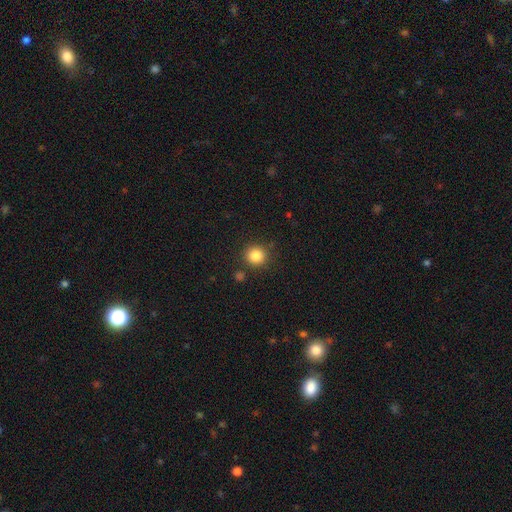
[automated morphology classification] Smooth or featured: smooth — 84% (star or artifact — 11%)
How rounded: round — 91% (in between — 8%)
Merging: none — 85% (minor disturbance — 8%)